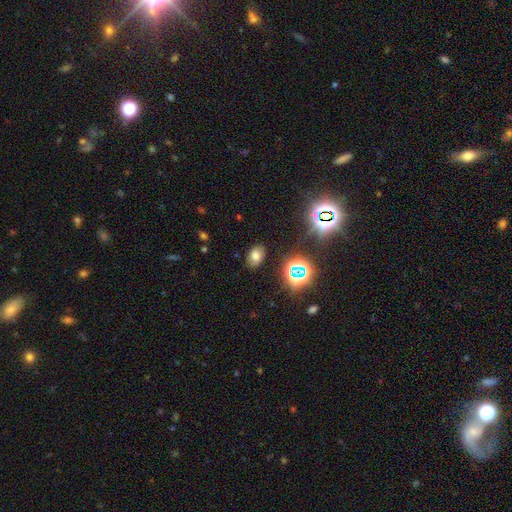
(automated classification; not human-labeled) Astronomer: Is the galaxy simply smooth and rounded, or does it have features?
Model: smooth — 67%.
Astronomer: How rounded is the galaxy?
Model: in between — 81%.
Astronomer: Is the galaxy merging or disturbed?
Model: none — 84%.